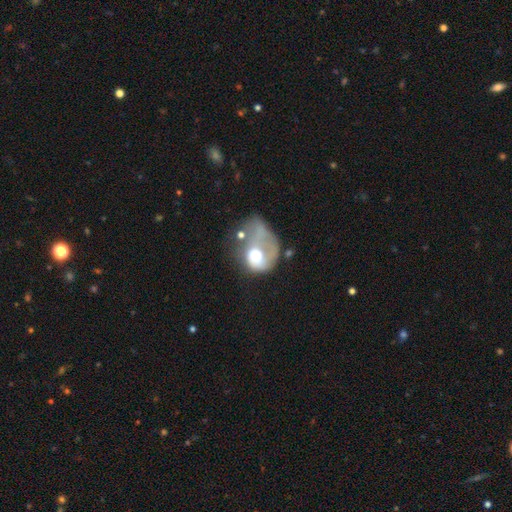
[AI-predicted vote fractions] smooth-or-featured: smooth: 47% | featured or disk: 41% | star or artifact: 12%
  merging: major disturbance: 54% | minor disturbance: 16% | merger: 15% | none: 15%